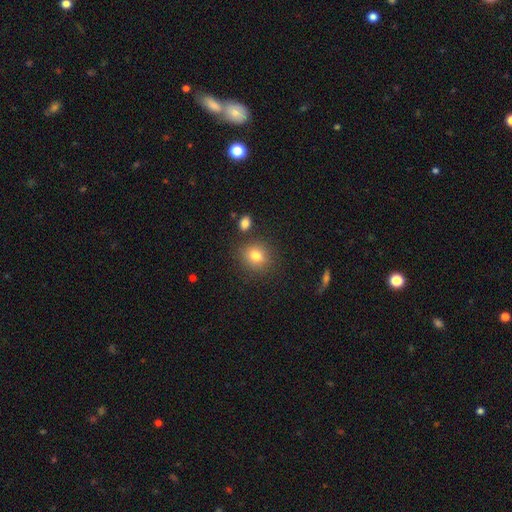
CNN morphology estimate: This appears to be a smooth galaxy with no disk features (81%) that is round (71%). Merging: none (81%).